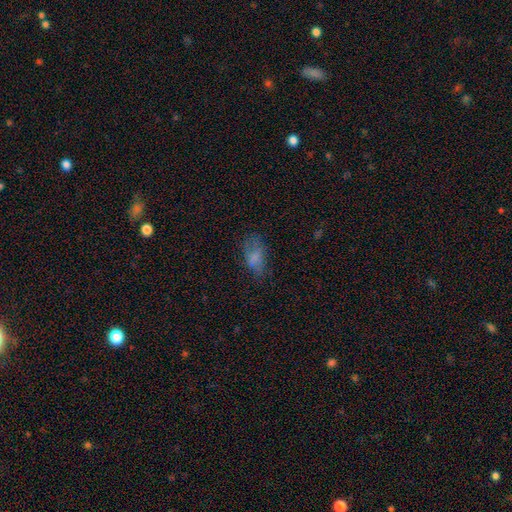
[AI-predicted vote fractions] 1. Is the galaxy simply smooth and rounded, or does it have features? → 67% smooth, 20% featured or disk, 13% star or artifact.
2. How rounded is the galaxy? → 88% in between, 7% round, 5% cigar-shaped.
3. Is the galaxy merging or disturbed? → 53% none, 26% minor disturbance, 19% major disturbance, 2% merger.